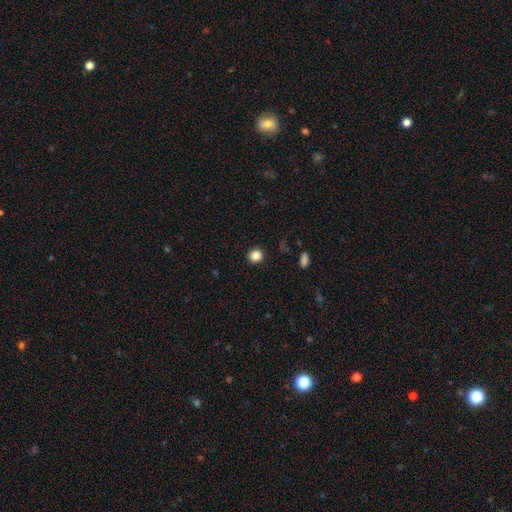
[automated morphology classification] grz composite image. It shows a smooth galaxy with no disk features (86%) that is round (86%). Merging: none (91%).